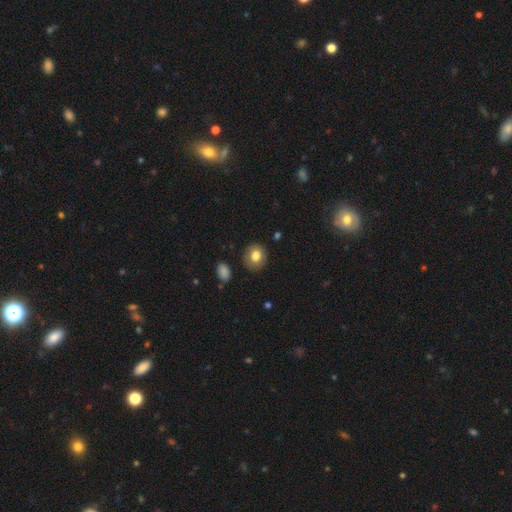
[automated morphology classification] type=smooth (81%); roundness=round (73%); merging=none (86%).